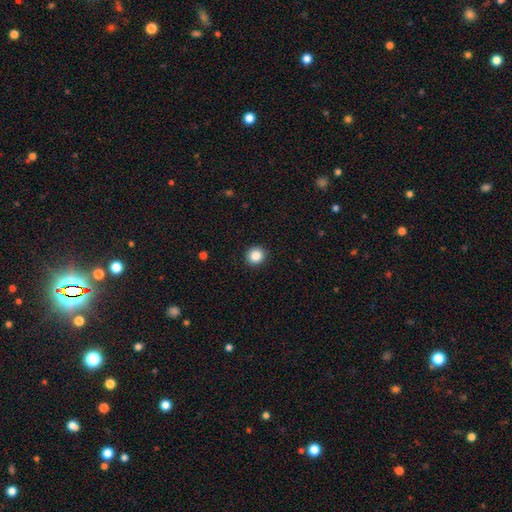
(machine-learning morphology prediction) This appears to be a smooth galaxy with no disk features (86%) that is round (91%). Merging: none (92%).